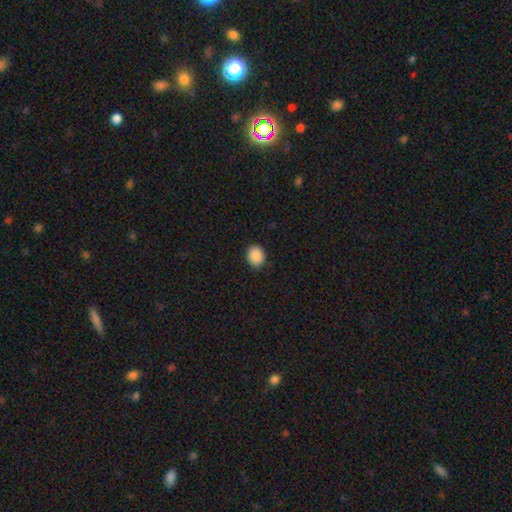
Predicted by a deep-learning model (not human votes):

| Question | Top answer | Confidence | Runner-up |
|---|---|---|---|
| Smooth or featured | smooth | 89% | star or artifact (8%) |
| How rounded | round | 63% | in between (36%) |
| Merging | none | 86% | minor disturbance (11%) |